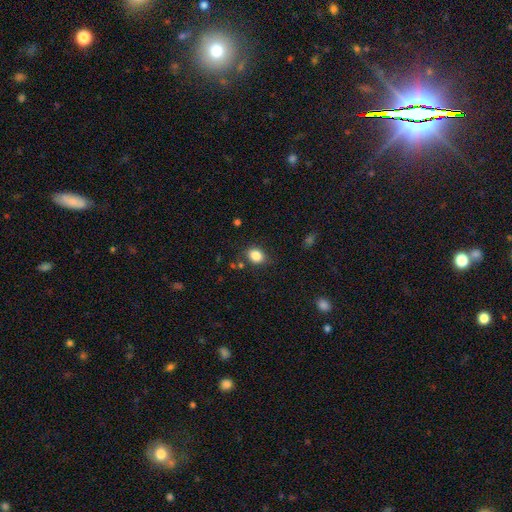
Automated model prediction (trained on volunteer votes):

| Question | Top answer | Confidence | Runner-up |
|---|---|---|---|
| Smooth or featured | smooth | 84% | star or artifact (10%) |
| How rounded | in between | 60% | round (39%) |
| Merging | none | 79% | minor disturbance (14%) |